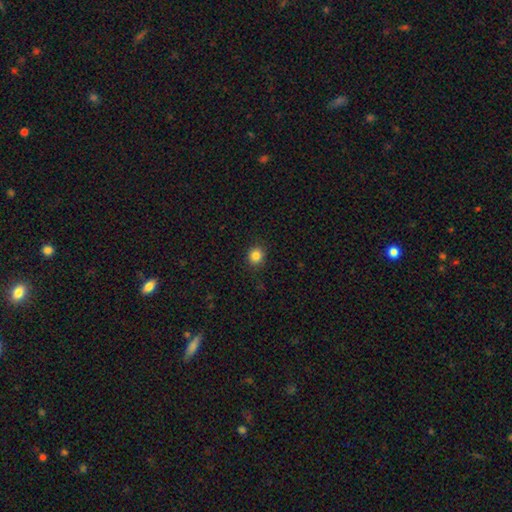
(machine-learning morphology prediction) smooth-or-featured: smooth: 85% | star or artifact: 11% | featured or disk: 4%
  how-rounded: round: 86% | in between: 14% | cigar-shaped: 1%
  merging: none: 89% | minor disturbance: 8% | major disturbance: 2% | merger: 1%